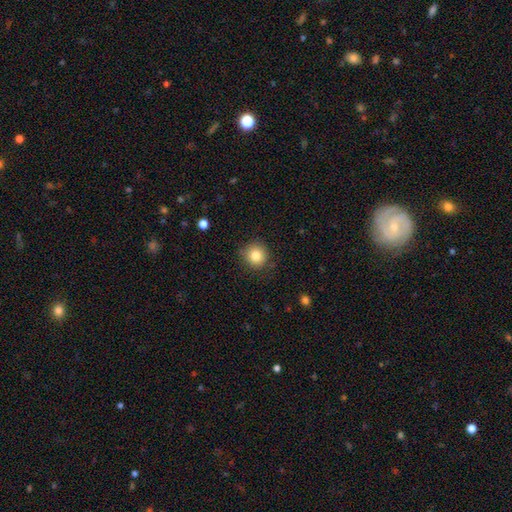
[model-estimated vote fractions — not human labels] Q: Smooth or featured?
A: smooth (82%); runner-up: star or artifact (10%)
Q: How rounded?
A: round (93%); runner-up: in between (6%)
Q: Merging?
A: none (86%); runner-up: minor disturbance (10%)